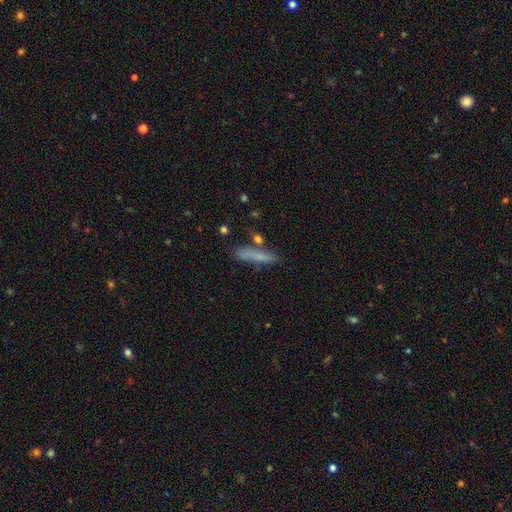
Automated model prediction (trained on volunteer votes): This is likely a smooth galaxy (74%). How rounded: clearly cigar-shaped (90%). Merging: likely none (77%).